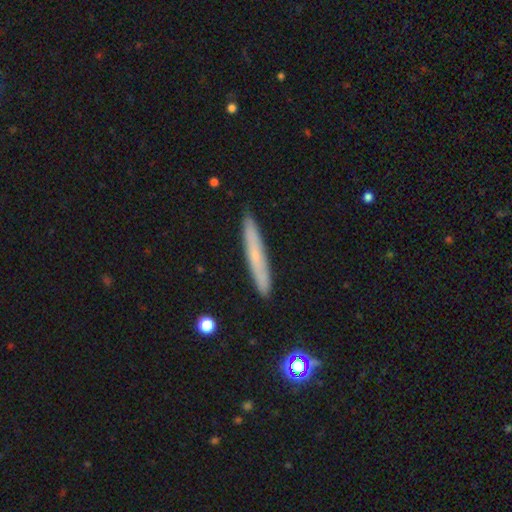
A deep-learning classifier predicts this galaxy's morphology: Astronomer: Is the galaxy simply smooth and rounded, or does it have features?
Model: smooth — 53% (runner-up: featured or disk, 39%).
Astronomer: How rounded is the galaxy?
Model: cigar-shaped — 95%.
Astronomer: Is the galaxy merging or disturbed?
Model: none — 90%.